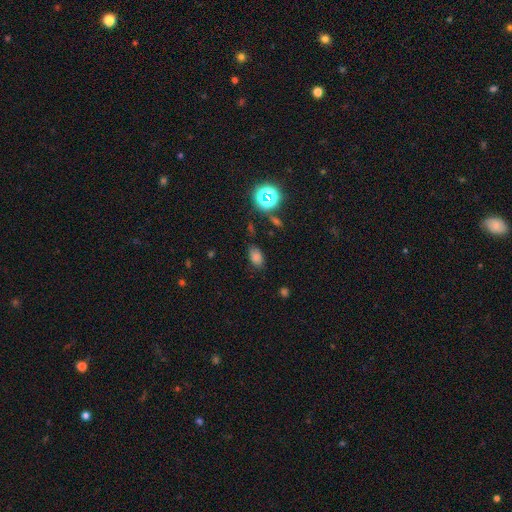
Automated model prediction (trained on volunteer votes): smooth 72%, star or artifact 21%, featured or disk 8%. Down the decision tree: how rounded — in between (87%); merging — none (78%).